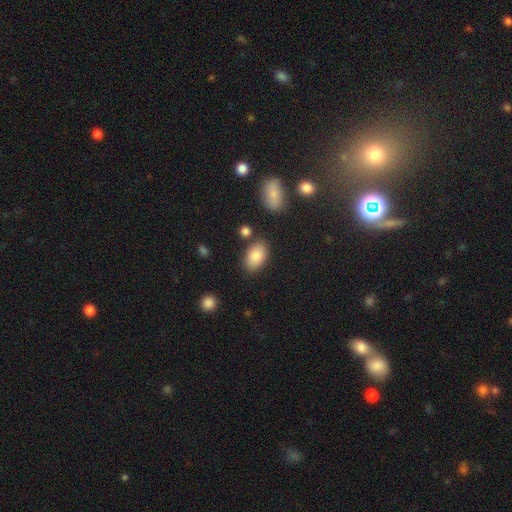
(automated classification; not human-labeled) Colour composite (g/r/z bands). It shows a smooth galaxy with no disk features (84%) that is in between round and cigar-shaped (92%). Merging: none (80%).